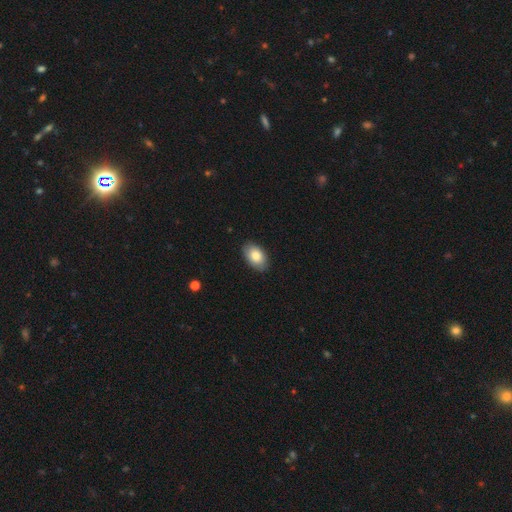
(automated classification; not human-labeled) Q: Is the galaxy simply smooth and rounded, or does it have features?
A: smooth — 82%.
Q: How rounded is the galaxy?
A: in between — 92%.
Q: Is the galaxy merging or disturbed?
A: none — 87%.